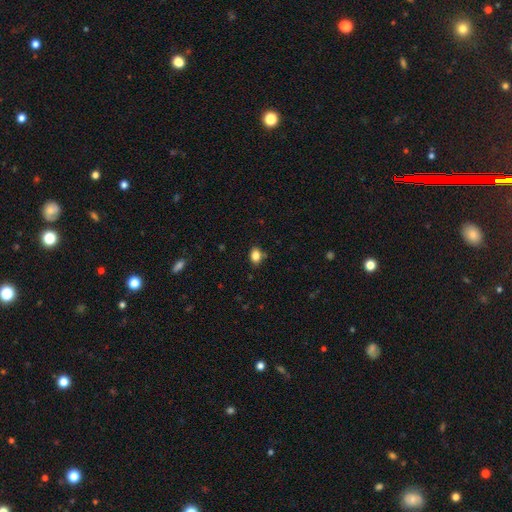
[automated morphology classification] Smooth or featured?
  - smooth: 84% *
  - star or artifact: 10%
  - featured or disk: 6%
How rounded?
  - in between: 74% *
  - round: 25%
  - cigar-shaped: 1%
Merging?
  - none: 80% *
  - minor disturbance: 14%
  - merger: 4%
  - major disturbance: 3%